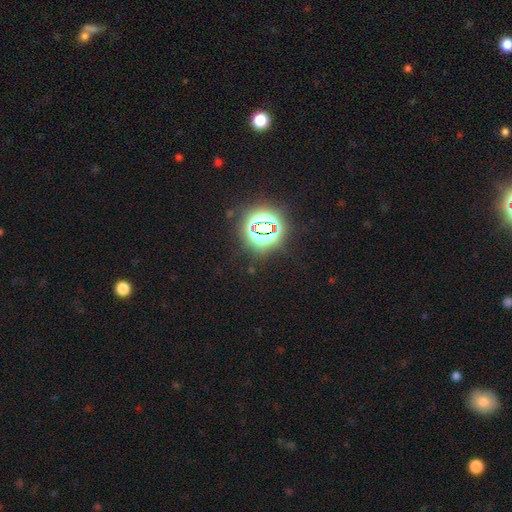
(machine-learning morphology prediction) Smooth or featured? Predicted: star or artifact (p=0.80).